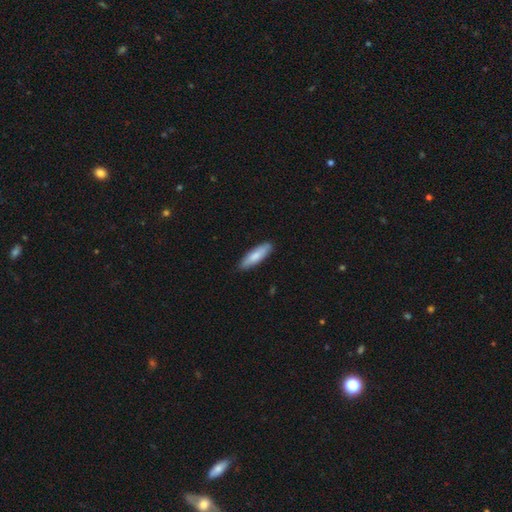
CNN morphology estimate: A smooth galaxy with no disk features (79%) that is cigar-shaped (59%).

Vote fractions:
- Smooth or featured? smooth: 79% / featured or disk: 16% / star or artifact: 5%
- How rounded? cigar-shaped: 59% / in between: 39% / round: 1%
- Merging? none: 87% / minor disturbance: 10% / major disturbance: 2% / merger: 1%